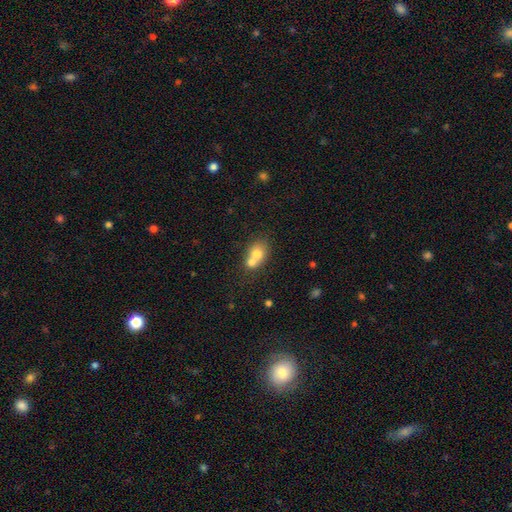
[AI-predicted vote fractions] A smooth galaxy with no disk features (70%) that is round (56%). Merging: merger (65%).